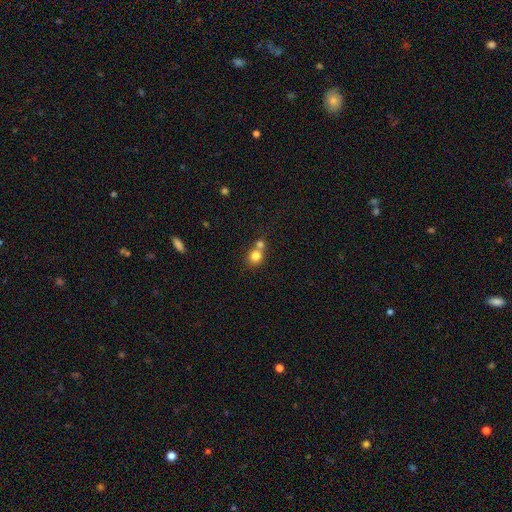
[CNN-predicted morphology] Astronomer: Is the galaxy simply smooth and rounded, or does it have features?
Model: smooth — 80%.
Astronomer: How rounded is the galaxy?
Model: round — 82%.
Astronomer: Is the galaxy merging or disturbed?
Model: merger — 49% (runner-up: none, 42%).